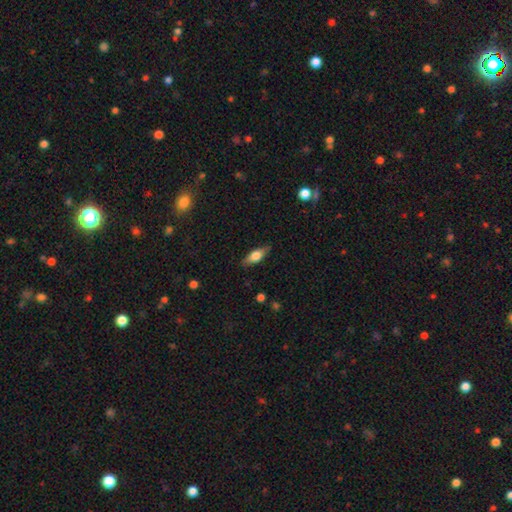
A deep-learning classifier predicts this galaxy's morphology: This is possibly a smooth galaxy (59%). How rounded: likely in between (66%). Merging: clearly none (84%).